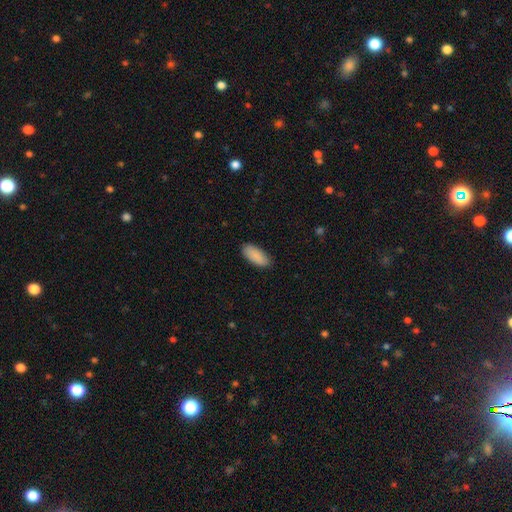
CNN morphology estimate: This appears to be a smooth galaxy with no disk features (90%) that is in between round and cigar-shaped (83%). Merging: none (85%).